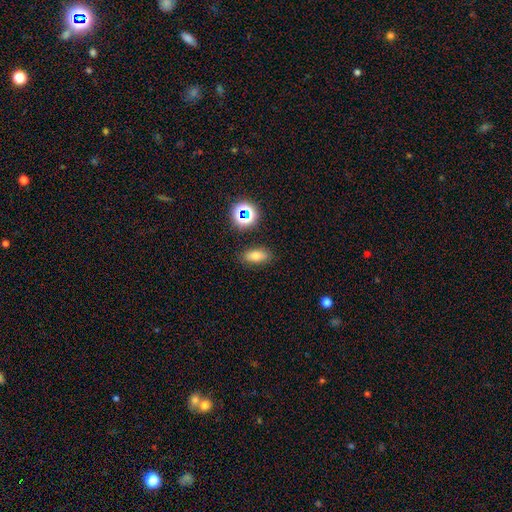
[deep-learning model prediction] This is likely a smooth galaxy (72%). How rounded: clearly in between (81%). Merging: clearly none (85%).